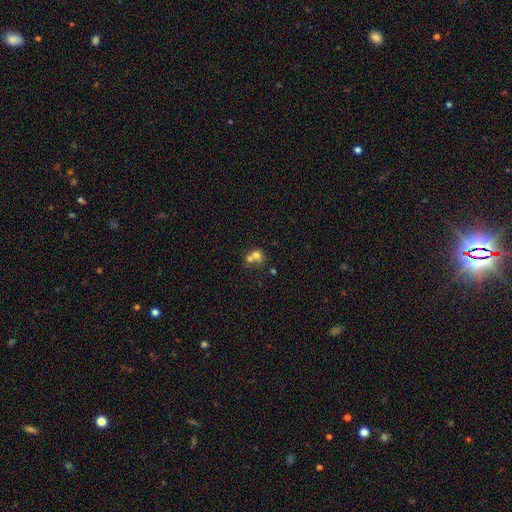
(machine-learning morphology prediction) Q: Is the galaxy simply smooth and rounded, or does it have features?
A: smooth — 67%.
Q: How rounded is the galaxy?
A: round — 74%.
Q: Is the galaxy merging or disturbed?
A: merger — 60%.